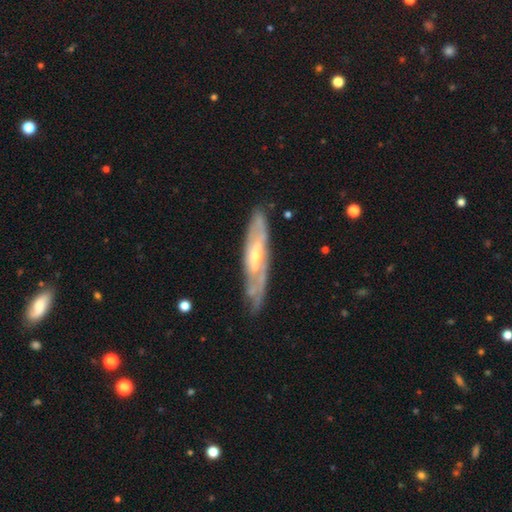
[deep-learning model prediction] Morphology: type=featured or disk (74%); edge-on=no (59%); merging=none (71%).